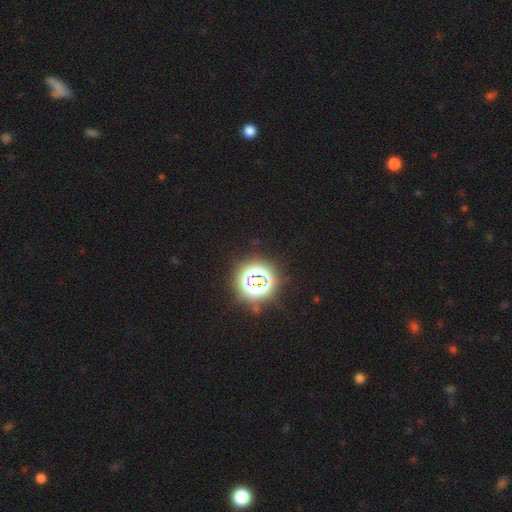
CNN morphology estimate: Smooth or featured?
  - star or artifact: 81% *
  - smooth: 13%
  - featured or disk: 6%